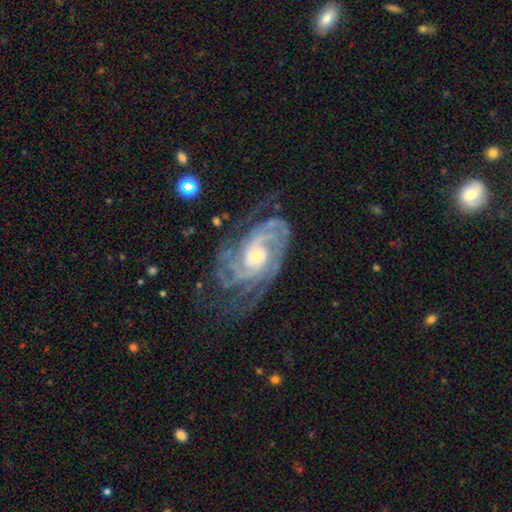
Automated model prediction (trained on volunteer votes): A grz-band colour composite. It shows a featured or disk galaxy (91%) with no bar (62%), 3 (24%, tied with 2) tight (64%) spiral arms (98%) and a small central bulge (52%). Merging: none (66%).